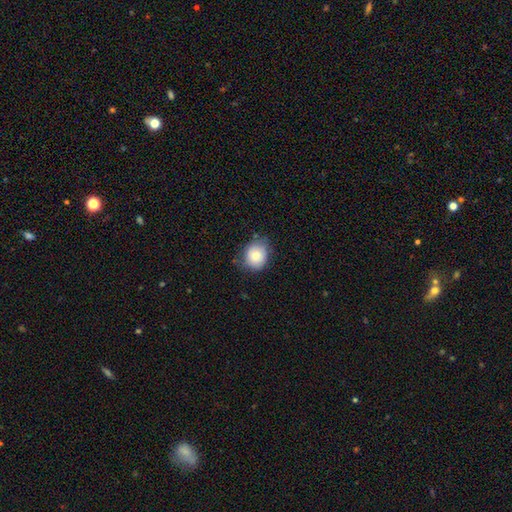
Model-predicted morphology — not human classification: A smooth galaxy with no disk features (77%) that is round (73%). Merging: none (70%).